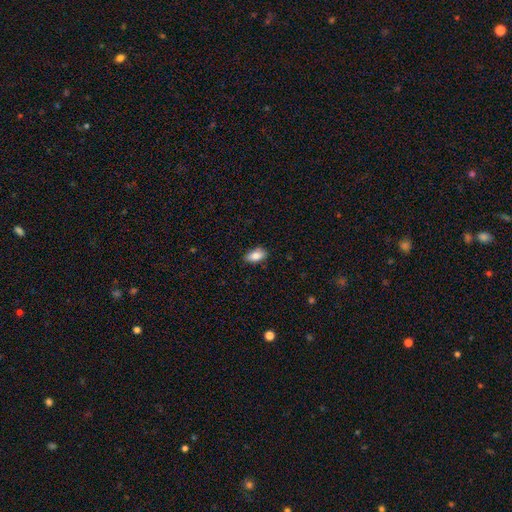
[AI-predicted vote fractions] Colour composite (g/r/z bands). It shows a smooth galaxy with no disk features (85%) that is in between round and cigar-shaped (91%). Merging: none (84%).